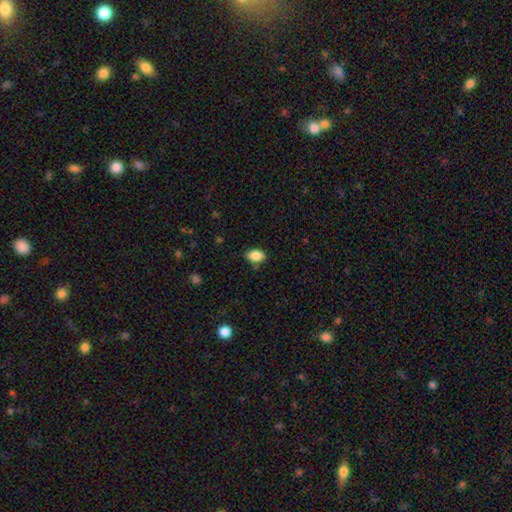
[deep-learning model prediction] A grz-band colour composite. It shows a smooth galaxy with no disk features (87%) that is in between round and cigar-shaped (87%). Merging: none (82%).